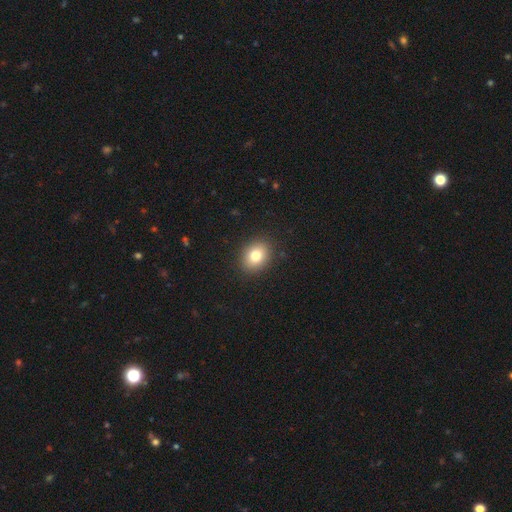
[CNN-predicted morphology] Q: Smooth or featured?
A: smooth (79%); runner-up: star or artifact (11%)
Q: How rounded?
A: in between (52%); runner-up: round (48%)
Q: Merging?
A: none (89%); runner-up: minor disturbance (7%)